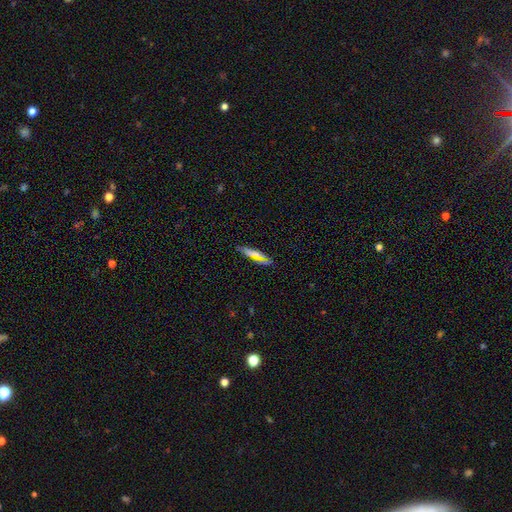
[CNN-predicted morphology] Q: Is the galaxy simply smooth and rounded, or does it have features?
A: smooth — 62%.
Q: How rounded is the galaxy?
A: cigar-shaped — 75%.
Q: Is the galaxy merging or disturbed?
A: none — 83%.